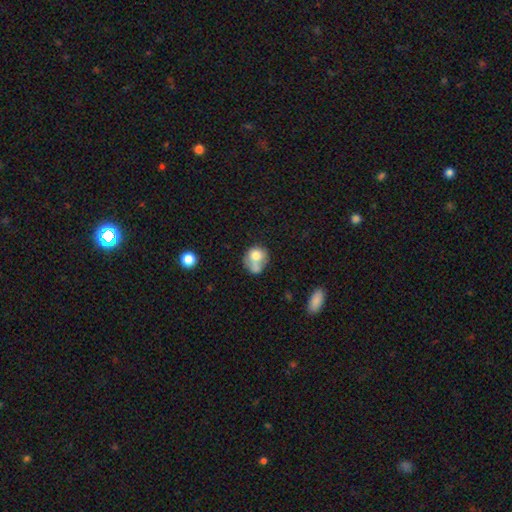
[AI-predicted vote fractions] Overall: smooth (69%). How rounded: round (68%; in between 31%). Merging: merger (42%; none 29%).